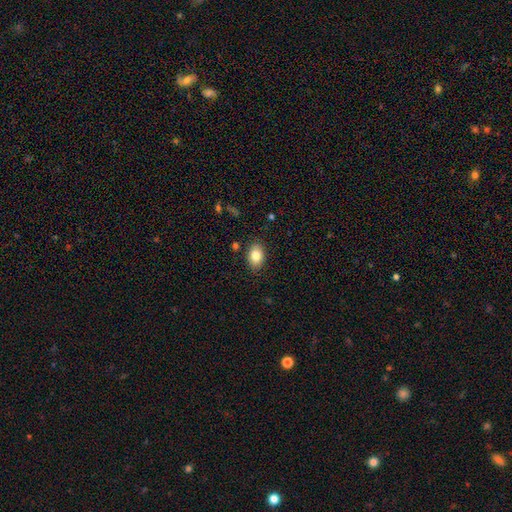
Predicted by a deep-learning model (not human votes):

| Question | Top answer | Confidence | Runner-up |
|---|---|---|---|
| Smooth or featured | smooth | 82% | featured or disk (10%) |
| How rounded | in between | 85% | round (14%) |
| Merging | none | 86% | minor disturbance (10%) |